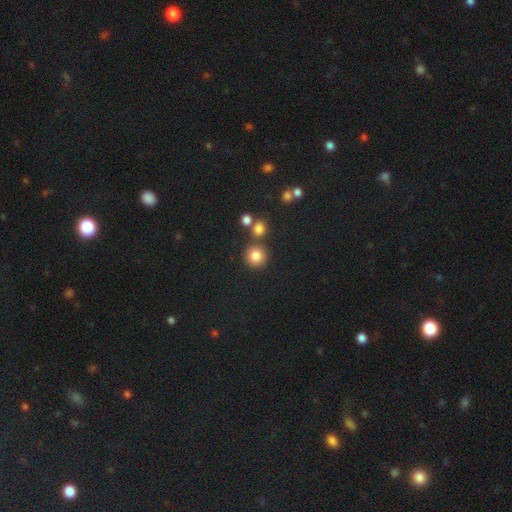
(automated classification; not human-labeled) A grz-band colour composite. It shows a smooth galaxy with no disk features (81%) that is round (92%). Merging: none (78%).